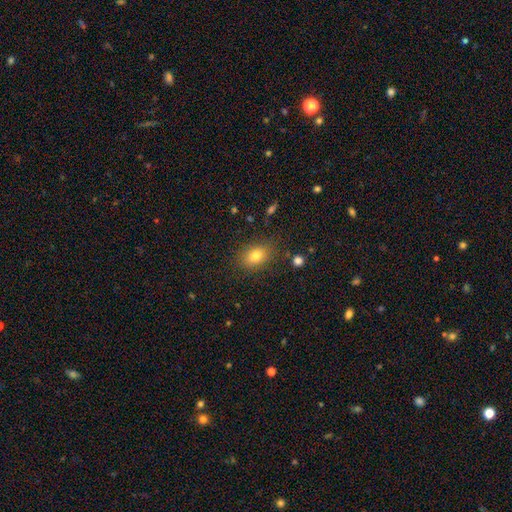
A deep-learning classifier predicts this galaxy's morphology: type=smooth (80%); roundness=in between (77%); merging=none (83%).